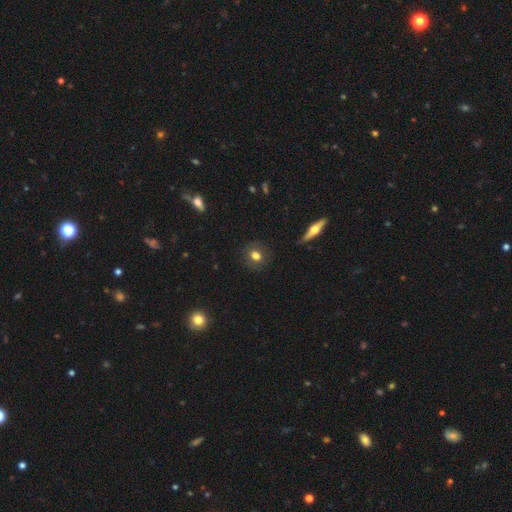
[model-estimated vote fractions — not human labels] Morphology: type=smooth (70%); roundness=round (71%); merging=none (86%).